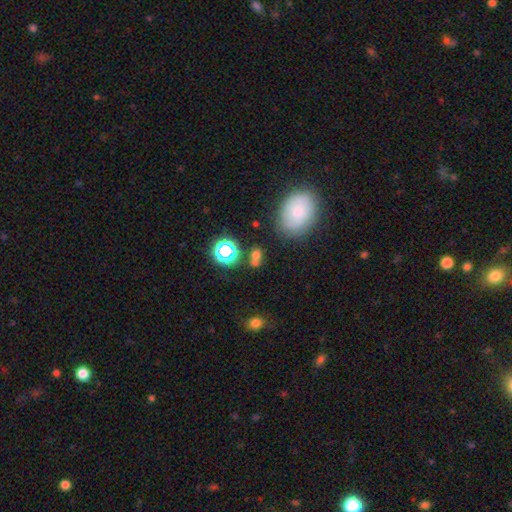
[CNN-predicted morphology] Smooth or featured? Predicted: smooth (p=0.60). How rounded? Predicted: in between (p=0.51). Merging? Predicted: none (p=0.56).